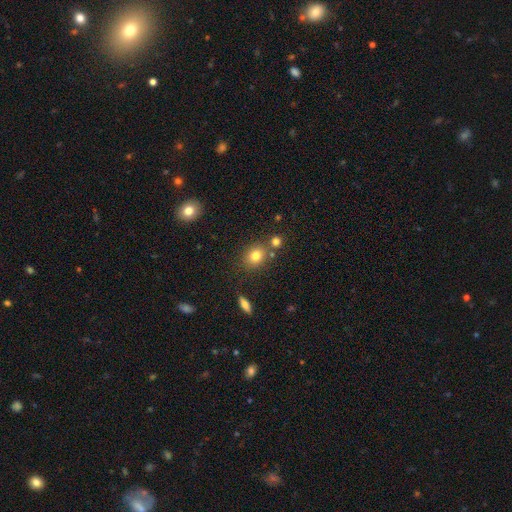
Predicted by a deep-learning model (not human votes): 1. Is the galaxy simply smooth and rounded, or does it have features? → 78% smooth, 13% star or artifact, 9% featured or disk.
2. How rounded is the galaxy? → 66% round, 33% in between, 1% cigar-shaped.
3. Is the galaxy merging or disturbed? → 72% none, 13% merger, 11% minor disturbance, 4% major disturbance.